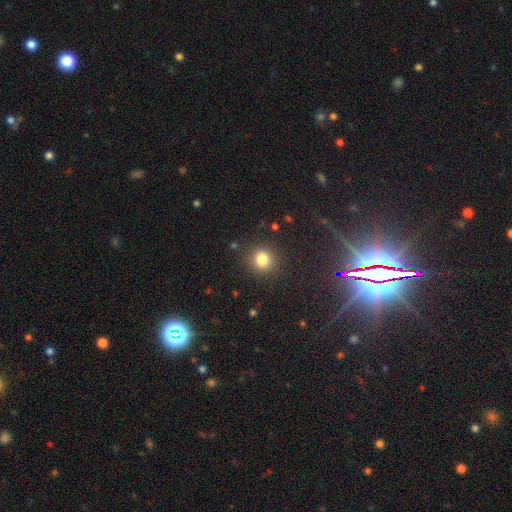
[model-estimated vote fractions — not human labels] A smooth galaxy with no disk features (59%) that is round (93%). Merging: none (90%).